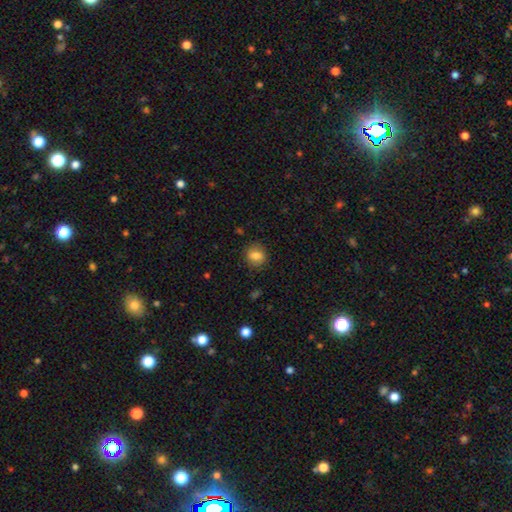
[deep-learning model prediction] Q: Smooth or featured?
A: smooth (81%); runner-up: featured or disk (10%)
Q: How rounded?
A: round (59%); runner-up: in between (39%)
Q: Merging?
A: none (84%); runner-up: minor disturbance (11%)